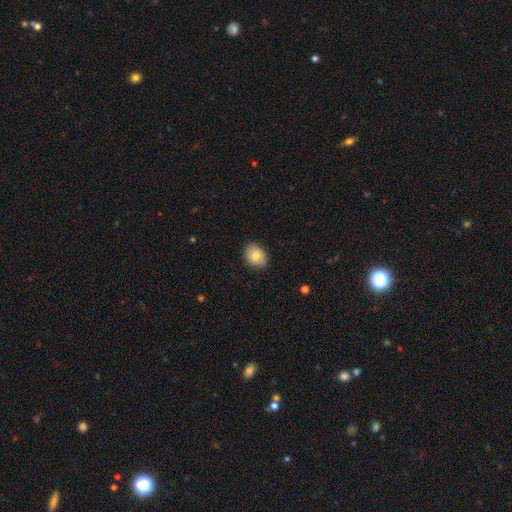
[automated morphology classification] smooth-or-featured: smooth: 81% | featured or disk: 11% | star or artifact: 8%
  how-rounded: in between: 57% | round: 42% | cigar-shaped: 1%
  merging: none: 86% | minor disturbance: 11% | major disturbance: 2% | merger: 1%